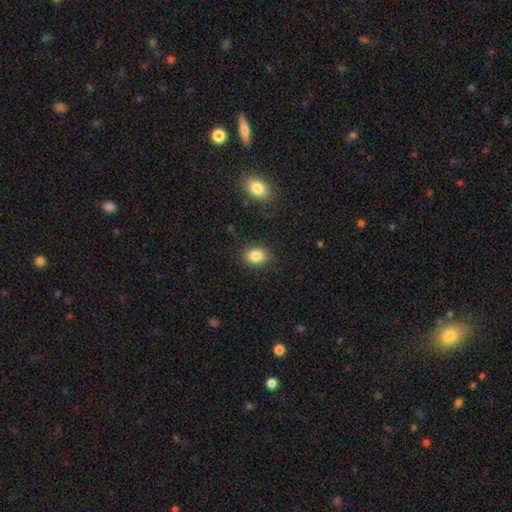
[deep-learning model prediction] Smooth or featured?
  - smooth: 84% *
  - star or artifact: 9%
  - featured or disk: 6%
How rounded?
  - round: 51% *
  - in between: 48%
  - cigar-shaped: 1%
Merging?
  - none: 85% *
  - minor disturbance: 11%
  - major disturbance: 3%
  - merger: 2%